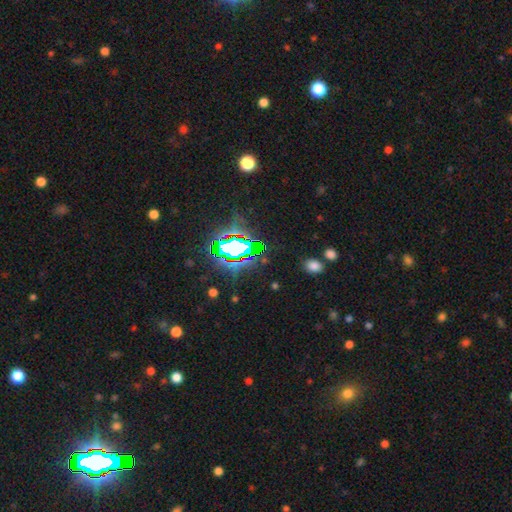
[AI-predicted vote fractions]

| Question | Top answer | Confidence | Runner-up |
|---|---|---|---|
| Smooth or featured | star or artifact | 80% | smooth (12%) |